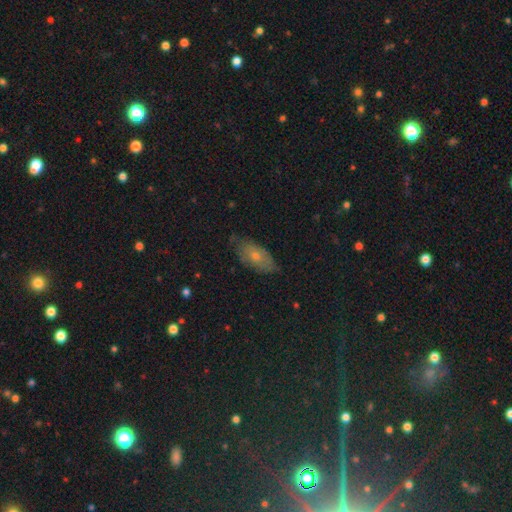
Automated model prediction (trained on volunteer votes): smooth_or_featured: smooth (p=0.45) [alt: featured or disk p=0.39]
merging: none (p=0.75) [alt: minor disturbance p=0.20]